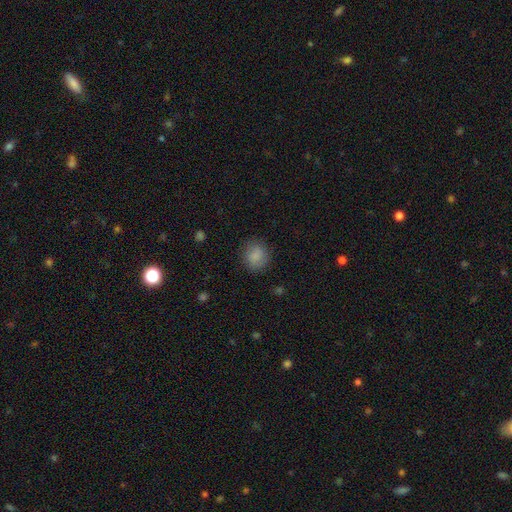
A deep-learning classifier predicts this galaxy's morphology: Smooth or featured? Predicted: smooth (p=0.85). How rounded? Predicted: round (p=0.80). Merging? Predicted: none (p=0.84).